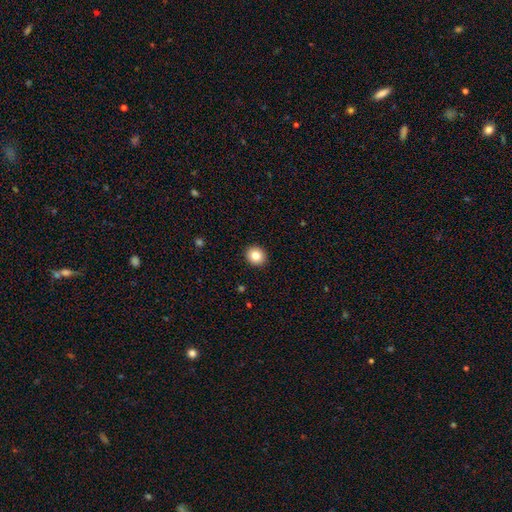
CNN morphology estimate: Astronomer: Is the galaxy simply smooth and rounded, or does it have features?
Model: smooth — 82%.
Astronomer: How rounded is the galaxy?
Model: round — 83%.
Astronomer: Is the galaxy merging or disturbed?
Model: none — 93%.